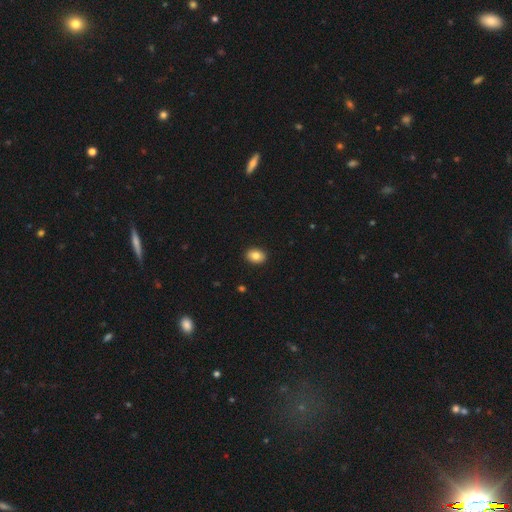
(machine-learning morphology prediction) smooth 83%, star or artifact 8%, featured or disk 8%. Down the decision tree: how rounded — in between (69%); merging — none (91%).